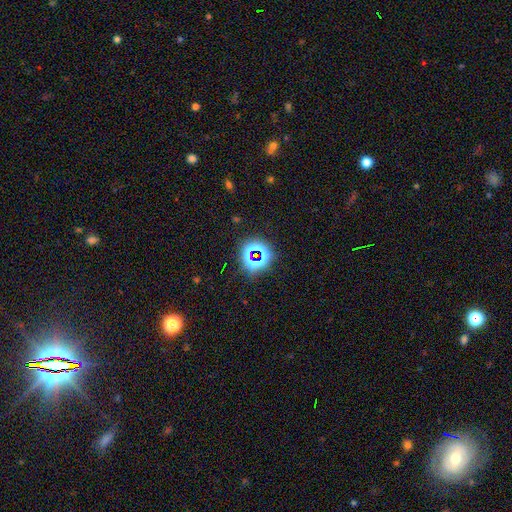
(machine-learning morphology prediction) type=star or artifact (70%).